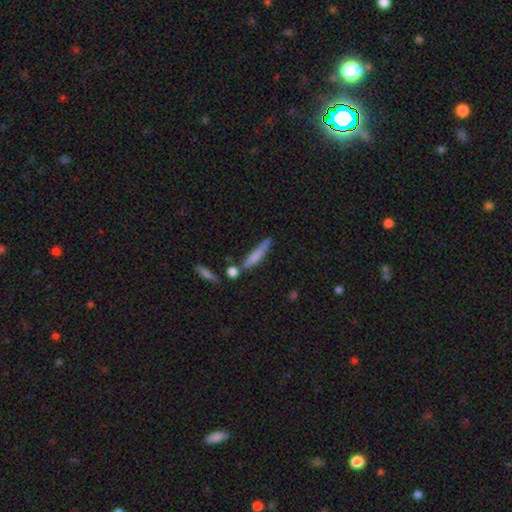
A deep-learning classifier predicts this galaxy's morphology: smooth_or_featured: smooth (p=0.66) [alt: featured or disk p=0.27]
how_rounded: cigar-shaped (p=0.89) [alt: in between p=0.09]
merging: none (p=0.61) [alt: minor disturbance p=0.19]